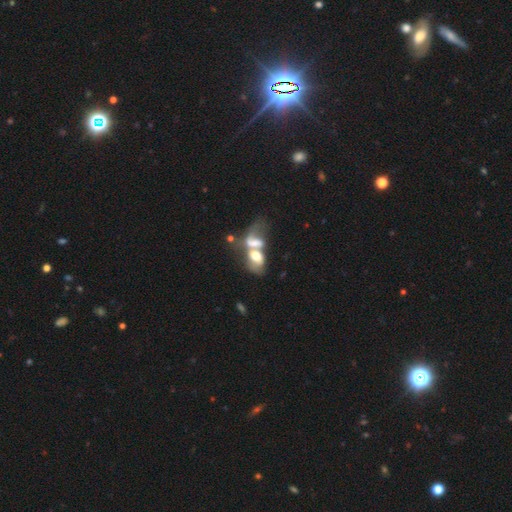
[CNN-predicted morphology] A smooth galaxy with no disk features (48%).

Vote fractions:
- Smooth or featured? smooth: 48% / featured or disk: 43% / star or artifact: 9%
- Merging? merger: 76% / major disturbance: 13% / none: 7% / minor disturbance: 4%